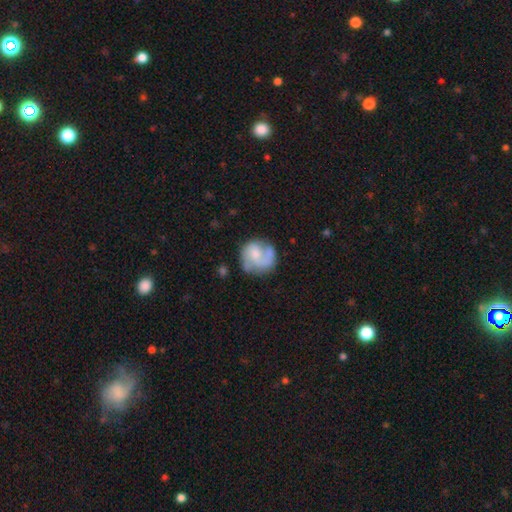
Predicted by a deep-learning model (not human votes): A featured or disk galaxy (61%) with no bar (67%), spiral arms (83%) and a small central bulge (40%).

Vote fractions:
- Smooth or featured? featured or disk: 61% / smooth: 32% / star or artifact: 7%
- Edge-on disk? no: 98% / yes: 2%
- Bar? no: 67% / weak: 28% / strong: 5%
- Spiral arms? yes: 83% / no: 17%
- Bulge size? small: 40% / moderate: 34% / none: 20% / large: 5% / dominant: 2%
- Merging? none: 58% / minor disturbance: 21% / major disturbance: 16% / merger: 5%